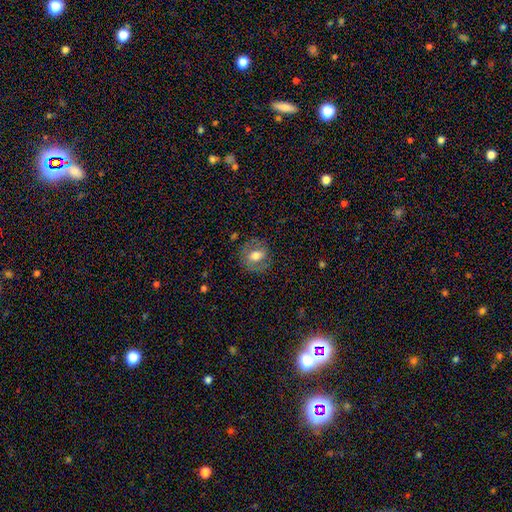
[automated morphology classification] smooth-or-featured: smooth: 64% | featured or disk: 27% | star or artifact: 9%
  how-rounded: round: 65% | in between: 34% | cigar-shaped: 1%
  merging: none: 80% | minor disturbance: 13% | major disturbance: 6% | merger: 1%